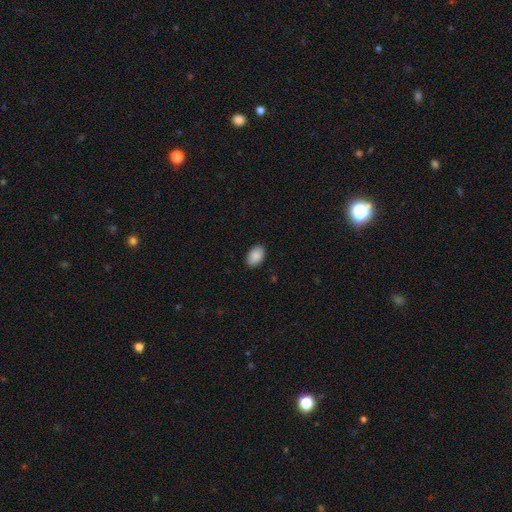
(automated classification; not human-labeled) Smooth or featured?
  - smooth: 90% *
  - star or artifact: 7%
  - featured or disk: 3%
How rounded?
  - in between: 88% *
  - round: 11%
  - cigar-shaped: 1%
Merging?
  - none: 89% *
  - minor disturbance: 8%
  - major disturbance: 2%
  - merger: 1%